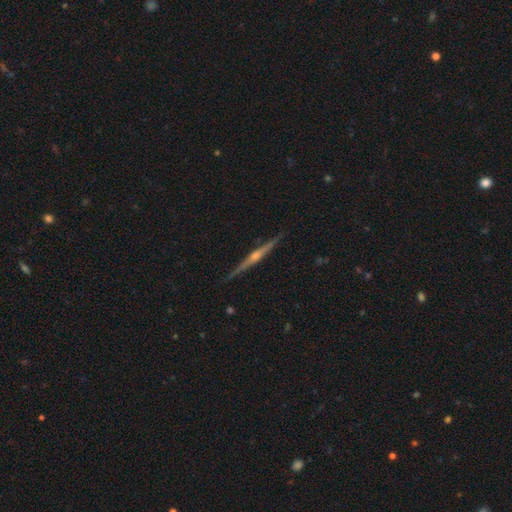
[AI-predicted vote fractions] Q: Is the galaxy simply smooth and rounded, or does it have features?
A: featured or disk — 85%.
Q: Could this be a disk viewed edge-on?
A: yes — 98%.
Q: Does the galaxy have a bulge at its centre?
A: rounded — 84%.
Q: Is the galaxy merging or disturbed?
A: none — 91%.